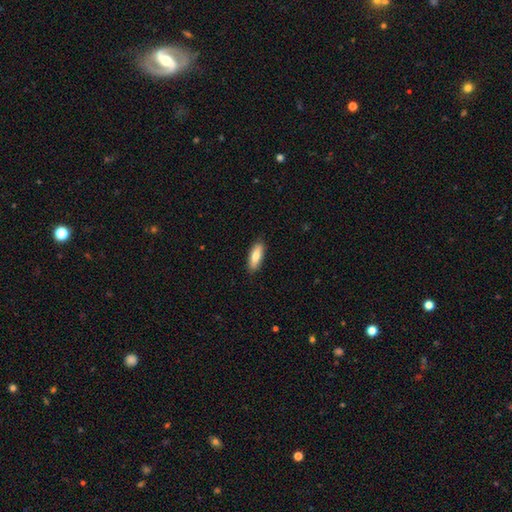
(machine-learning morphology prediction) Overall: smooth (77%). How rounded: in between (61%; cigar-shaped 37%). Merging: none (88%).